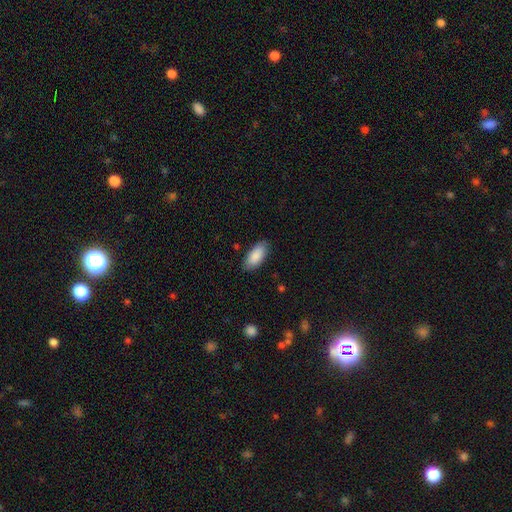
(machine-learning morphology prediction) smooth_or_featured: smooth (p=0.89) [alt: star or artifact p=0.06]
how_rounded: in between (p=0.90) [alt: cigar-shaped p=0.09]
merging: none (p=0.85) [alt: minor disturbance p=0.12]